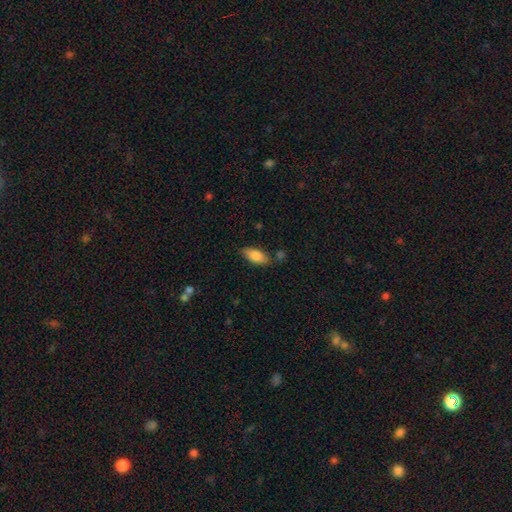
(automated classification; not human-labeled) This is clearly a smooth galaxy (81%). How rounded: clearly in between (86%). Merging: likely none (76%).